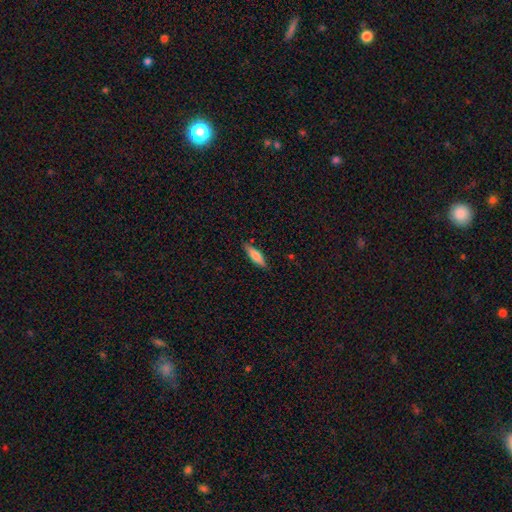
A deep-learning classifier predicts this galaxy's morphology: A smooth galaxy with no disk features (71%) that is cigar-shaped (64%).

Vote fractions:
- Smooth or featured? smooth: 71% / featured or disk: 23% / star or artifact: 6%
- How rounded? cigar-shaped: 64% / in between: 34% / round: 2%
- Merging? none: 85% / minor disturbance: 12% / major disturbance: 2% / merger: 1%